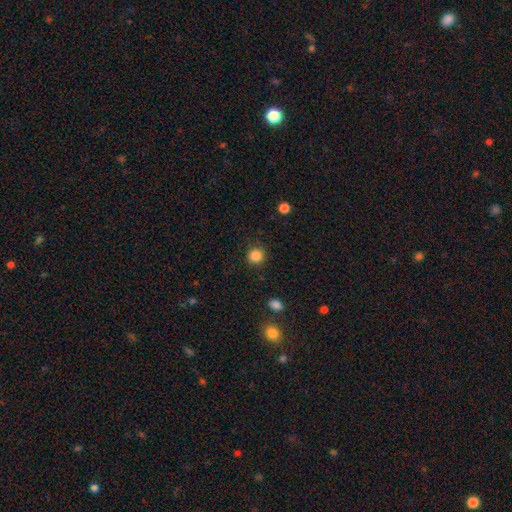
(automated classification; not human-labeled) smooth_or_featured: smooth (p=0.86) [alt: star or artifact p=0.11]
how_rounded: round (p=0.92) [alt: in between p=0.07]
merging: none (p=0.88) [alt: minor disturbance p=0.08]